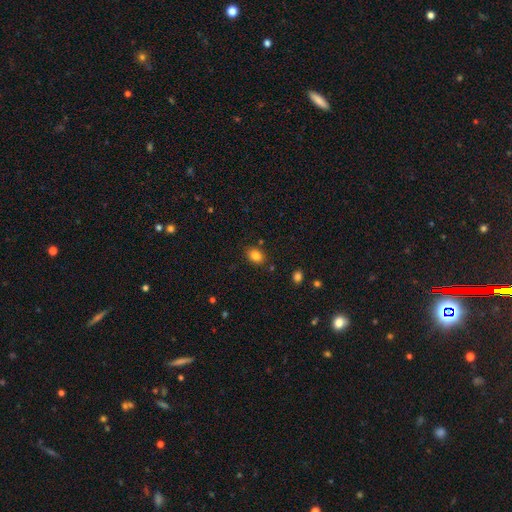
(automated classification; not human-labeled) A smooth galaxy with no disk features (83%) that is in between round and cigar-shaped (66%). Merging: none (82%).